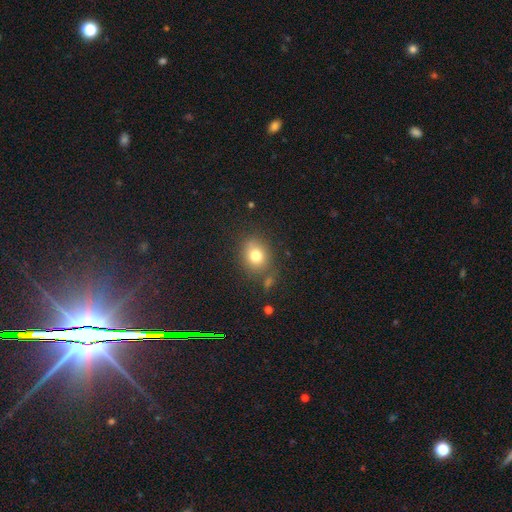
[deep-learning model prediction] Smooth or featured?
  - smooth: 76% *
  - star or artifact: 13%
  - featured or disk: 11%
How rounded?
  - round: 63% *
  - in between: 36%
  - cigar-shaped: 1%
Merging?
  - none: 77% *
  - minor disturbance: 13%
  - merger: 6%
  - major disturbance: 4%